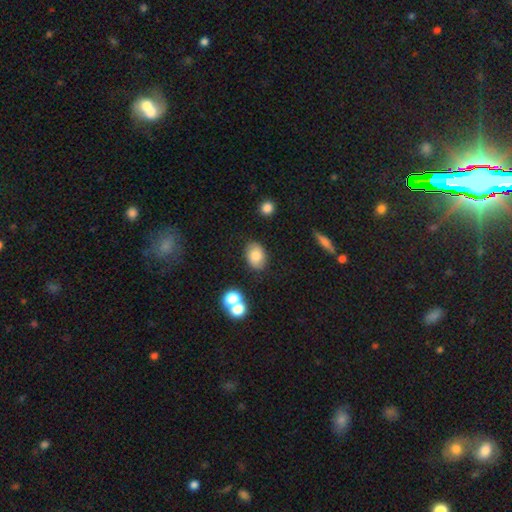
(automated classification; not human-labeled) Q: Smooth or featured?
A: smooth (78%); runner-up: featured or disk (13%)
Q: How rounded?
A: in between (77%); runner-up: round (22%)
Q: Merging?
A: none (81%); runner-up: minor disturbance (12%)